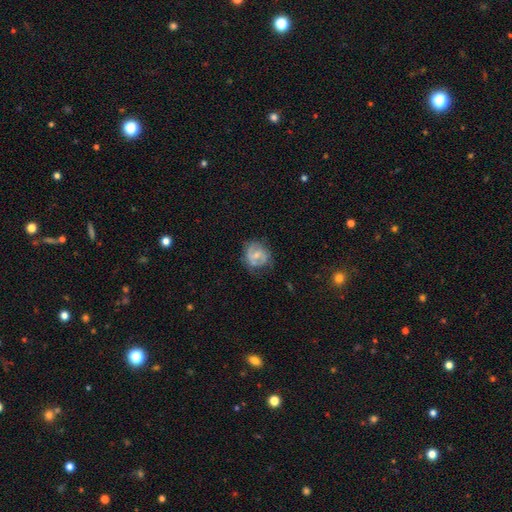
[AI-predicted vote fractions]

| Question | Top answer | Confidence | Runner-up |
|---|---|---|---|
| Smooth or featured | featured or disk | 60% | smooth (33%) |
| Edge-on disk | no | 97% | yes (3%) |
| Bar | weak | 49% | no (36%) |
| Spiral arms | yes | 76% | no (24%) |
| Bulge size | small | 49% | moderate (40%) |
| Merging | none | 62% | minor disturbance (24%) |